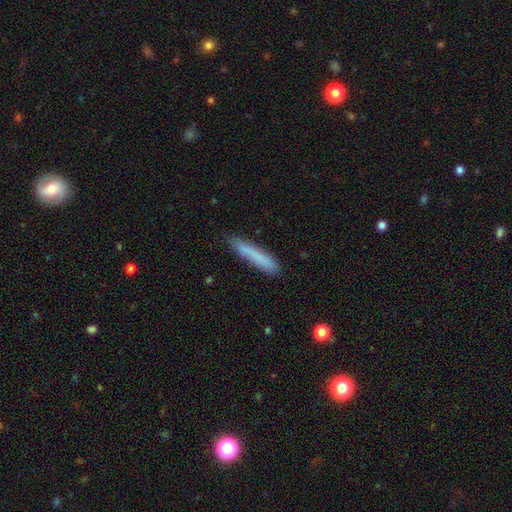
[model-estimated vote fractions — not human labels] Smooth or featured? Predicted: smooth (p=0.78). How rounded? Predicted: cigar-shaped (p=0.92). Merging? Predicted: none (p=0.82).